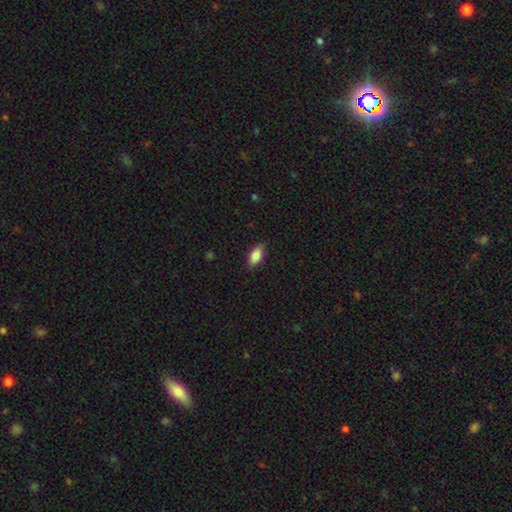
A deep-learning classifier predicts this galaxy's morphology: A smooth galaxy with no disk features (87%) that is in between round and cigar-shaped (91%). Merging: none (83%).